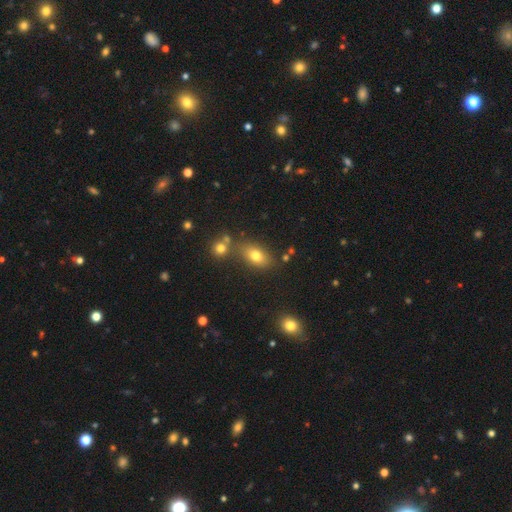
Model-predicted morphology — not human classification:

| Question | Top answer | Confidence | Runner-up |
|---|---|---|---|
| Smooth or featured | smooth | 75% | featured or disk (12%) |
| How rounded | in between | 81% | round (15%) |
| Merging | none | 68% | merger (14%) |